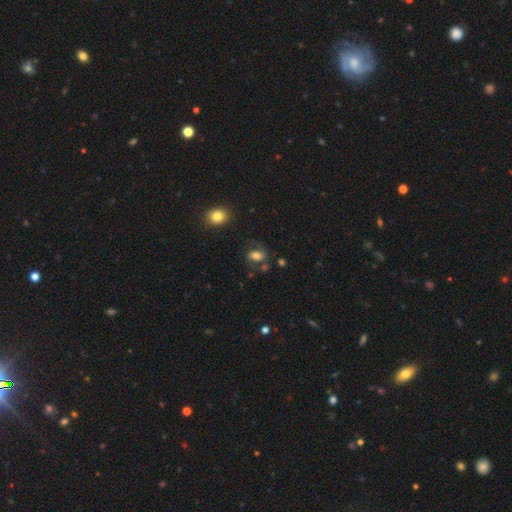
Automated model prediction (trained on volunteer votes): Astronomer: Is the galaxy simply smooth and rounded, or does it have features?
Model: smooth — 56% (runner-up: featured or disk, 34%).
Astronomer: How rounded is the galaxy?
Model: in between — 74%.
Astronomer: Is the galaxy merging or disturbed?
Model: none — 63%.